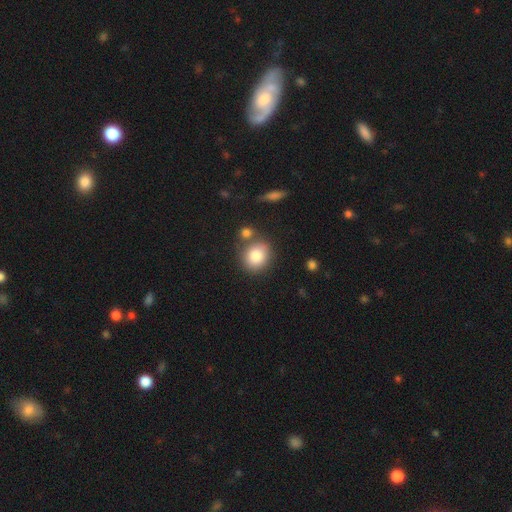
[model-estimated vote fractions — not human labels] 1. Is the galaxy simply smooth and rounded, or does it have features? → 83% smooth, 9% star or artifact, 8% featured or disk.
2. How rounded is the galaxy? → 74% round, 25% in between, 1% cigar-shaped.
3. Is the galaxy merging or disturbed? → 68% none, 16% merger, 12% minor disturbance, 4% major disturbance.